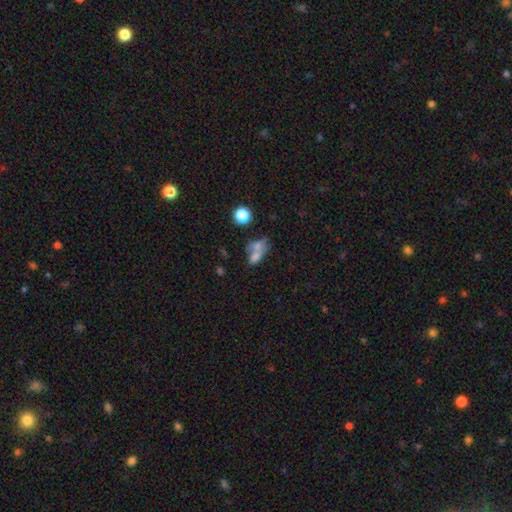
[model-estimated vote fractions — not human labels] A smooth galaxy with no disk features (64%) that is in between round and cigar-shaped (73%).

Vote fractions:
- Smooth or featured? smooth: 64% / featured or disk: 22% / star or artifact: 13%
- How rounded? in between: 73% / round: 21% / cigar-shaped: 5%
- Merging? merger: 59% / none: 22% / minor disturbance: 10% / major disturbance: 9%